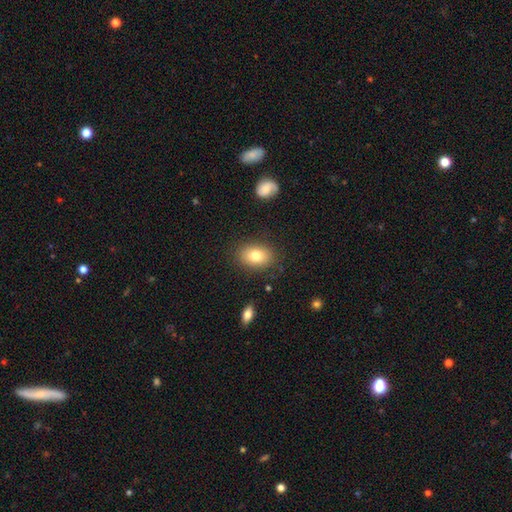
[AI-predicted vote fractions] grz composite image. It shows a smooth galaxy with no disk features (79%) that is in between round and cigar-shaped (76%). Merging: none (84%).